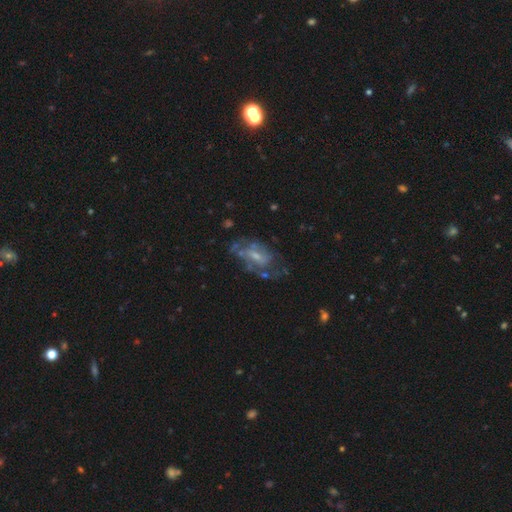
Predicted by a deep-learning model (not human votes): Smooth or featured? Predicted: featured or disk (p=0.72). Edge-on disk? Predicted: no (p=0.95). Bar? Predicted: weak (p=0.45). Spiral arms? Predicted: yes (p=0.70). Bulge size? Predicted: small (p=0.47). Merging? Predicted: none (p=0.49).